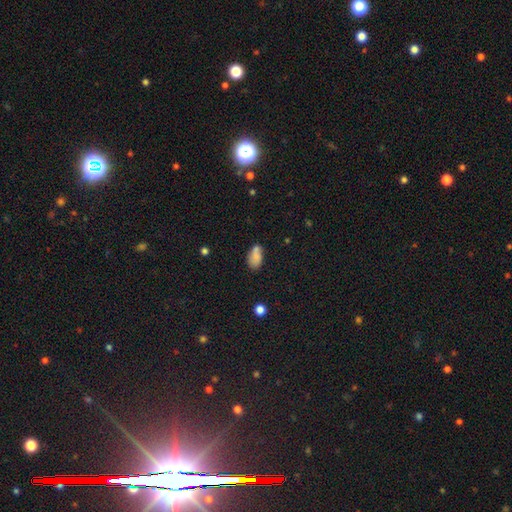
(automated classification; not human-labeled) This is likely a smooth galaxy (78%). How rounded: clearly in between (91%). Merging: possibly none (52%).